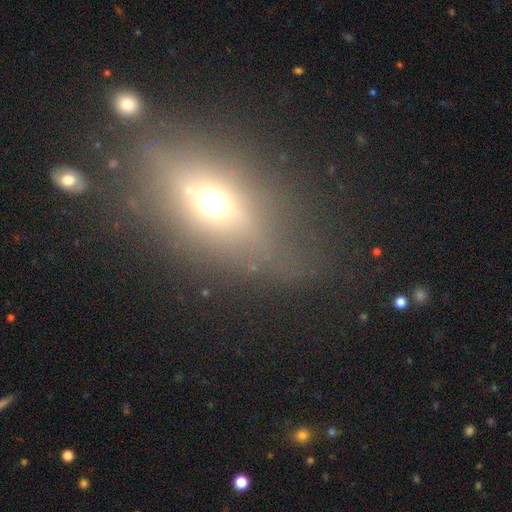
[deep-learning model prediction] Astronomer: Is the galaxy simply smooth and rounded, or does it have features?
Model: smooth — 40%, tied with featured or disk at 40%.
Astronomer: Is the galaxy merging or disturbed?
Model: none — 72%.